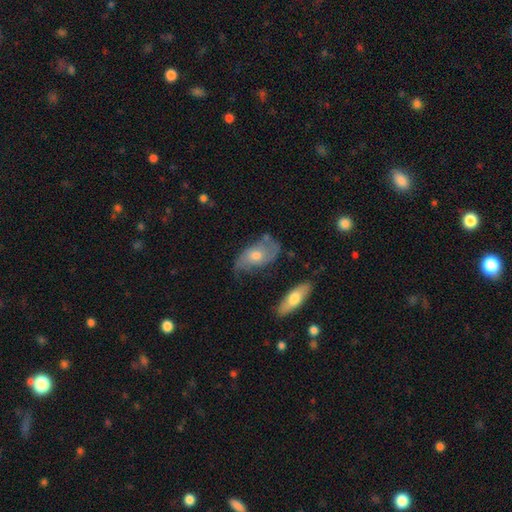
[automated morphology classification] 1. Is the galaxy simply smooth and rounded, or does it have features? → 58% featured or disk, 32% smooth, 9% star or artifact.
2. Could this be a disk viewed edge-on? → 89% no, 11% yes.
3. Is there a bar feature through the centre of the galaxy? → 79% no, 18% weak, 3% strong.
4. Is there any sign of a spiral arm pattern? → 75% yes, 25% no.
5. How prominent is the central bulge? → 64% moderate, 25% small, 7% large, 2% none, 1% dominant.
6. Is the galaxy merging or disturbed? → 56% none, 28% minor disturbance, 12% major disturbance, 4% merger.